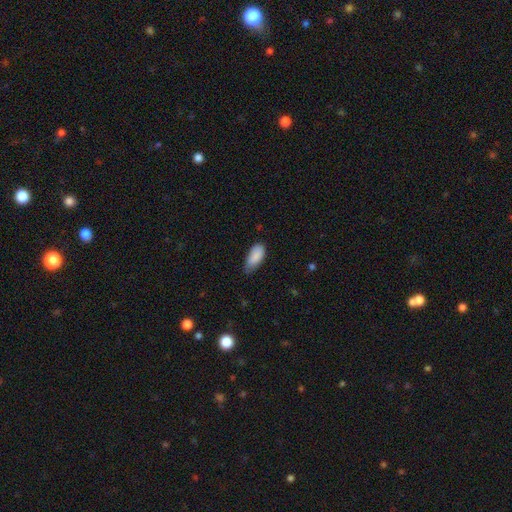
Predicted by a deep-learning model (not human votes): This is clearly a smooth galaxy (88%). How rounded: clearly in between (89%). Merging: possibly none (50%).